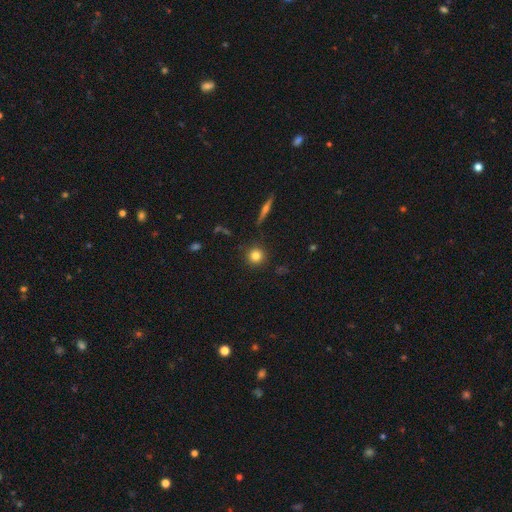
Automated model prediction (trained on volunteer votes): smooth-or-featured: smooth: 80% | star or artifact: 11% | featured or disk: 9%
  how-rounded: round: 93% | in between: 6% | cigar-shaped: 1%
  merging: none: 88% | minor disturbance: 7% | major disturbance: 2% | merger: 2%